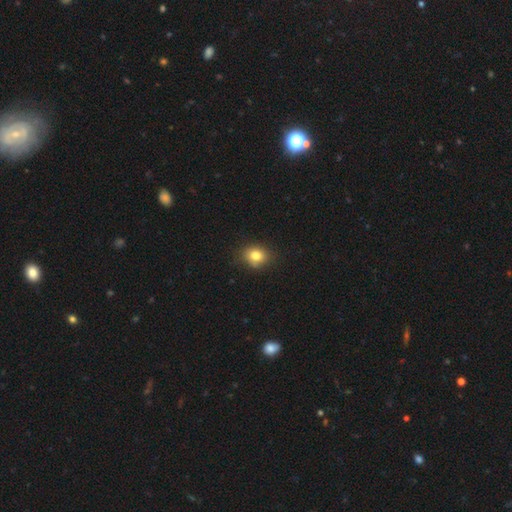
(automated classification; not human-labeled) This appears to be a smooth galaxy with no disk features (81%) that is round (64%). Merging: none (82%).